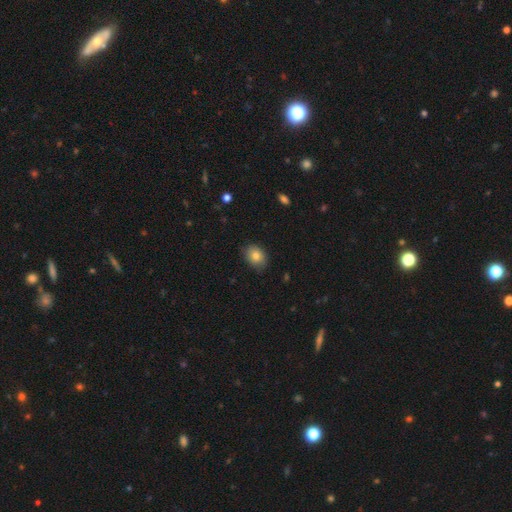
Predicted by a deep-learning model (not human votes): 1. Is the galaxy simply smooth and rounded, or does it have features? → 82% smooth, 9% featured or disk, 9% star or artifact.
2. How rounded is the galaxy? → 62% in between, 37% round, 1% cigar-shaped.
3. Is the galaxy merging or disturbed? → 82% none, 15% minor disturbance, 2% major disturbance, 1% merger.